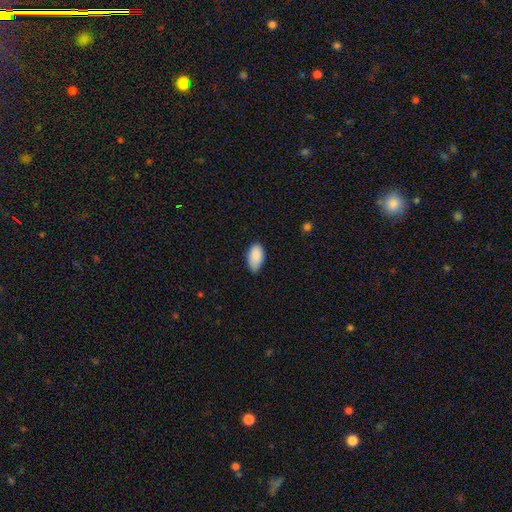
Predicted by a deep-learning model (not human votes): Smooth or featured? smooth (88%)
How rounded? in between (95%)
Merging? none (71%)